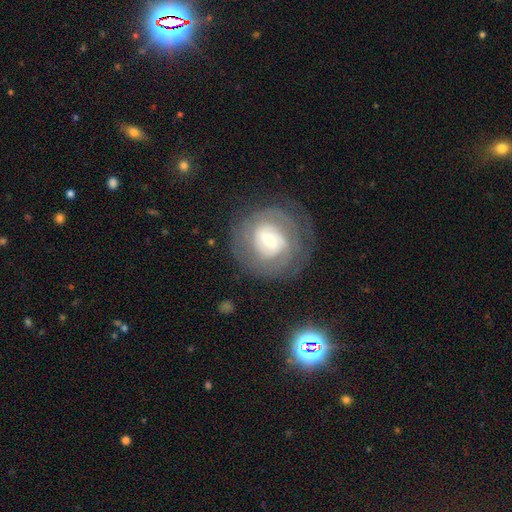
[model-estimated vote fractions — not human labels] Smooth or featured? Predicted: featured or disk (p=0.73). Edge-on disk? Predicted: no (p=0.97). Bar? Predicted: weak (p=0.51). Spiral arms? Predicted: yes (p=0.85). Spiral winding? Predicted: tight (p=0.69). Spiral arm count? Predicted: can't tell (p=0.41). Bulge size? Predicted: small (p=0.46). Merging? Predicted: none (p=0.78).